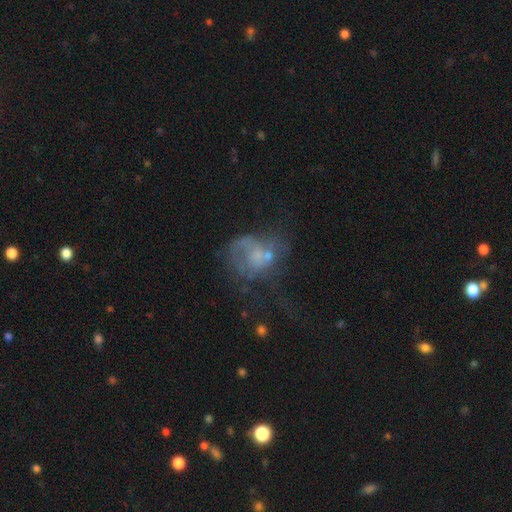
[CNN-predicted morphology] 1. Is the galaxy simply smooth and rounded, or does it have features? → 55% featured or disk, 32% smooth, 13% star or artifact.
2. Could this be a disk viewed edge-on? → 98% no, 2% yes.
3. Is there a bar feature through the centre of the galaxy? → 82% no, 15% weak, 3% strong.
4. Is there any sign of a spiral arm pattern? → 57% no, 43% yes.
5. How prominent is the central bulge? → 41% none, 34% small, 20% moderate, 4% large, 2% dominant.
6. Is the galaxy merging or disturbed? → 37% major disturbance, 27% none, 20% merger, 16% minor disturbance.